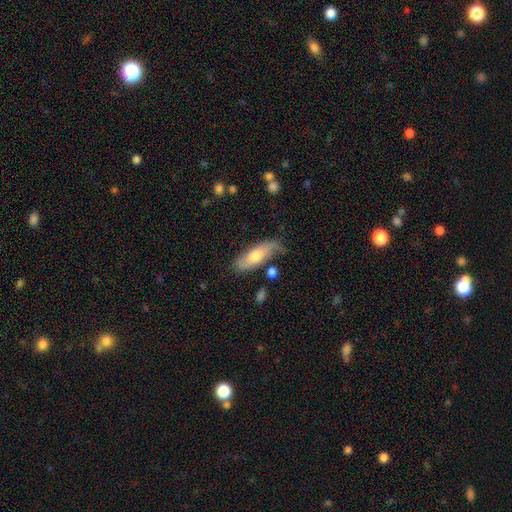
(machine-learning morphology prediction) Overall: smooth (56%; featured or disk 38%). How rounded: in between (66%; cigar-shaped 31%). Merging: none (61%; minor disturbance 26%).